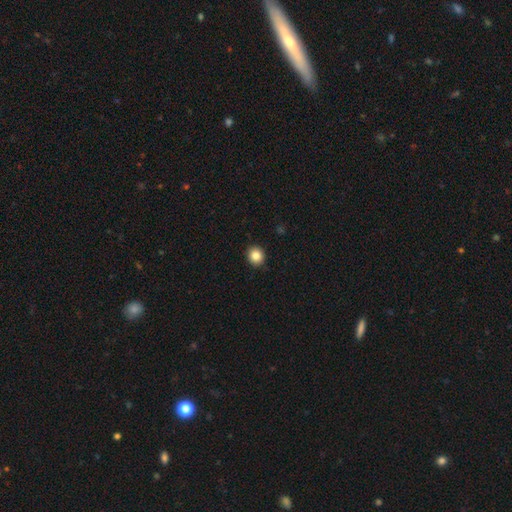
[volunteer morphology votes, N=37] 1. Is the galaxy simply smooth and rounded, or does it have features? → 95% smooth, 5% featured or disk, 0% star or artifact.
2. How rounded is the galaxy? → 83% round, 17% in between, 0% cigar-shaped.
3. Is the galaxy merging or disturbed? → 92% none, 8% minor disturbance, 0% major disturbance, 0% merger.